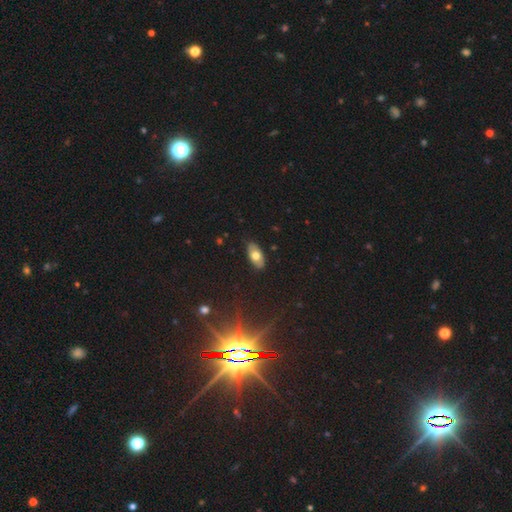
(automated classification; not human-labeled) This appears to be a smooth galaxy with no disk features (68%) that is in between round and cigar-shaped (92%). Merging: none (87%).